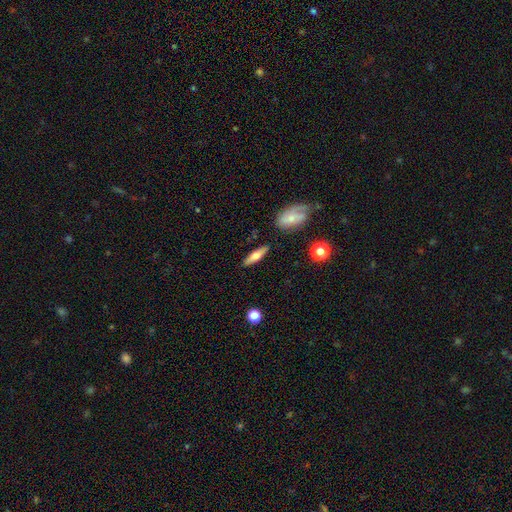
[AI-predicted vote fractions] smooth_or_featured: smooth (p=0.56) [alt: featured or disk p=0.38]
how_rounded: cigar-shaped (p=0.61) [alt: in between p=0.36]
merging: none (p=0.86) [alt: minor disturbance p=0.09]